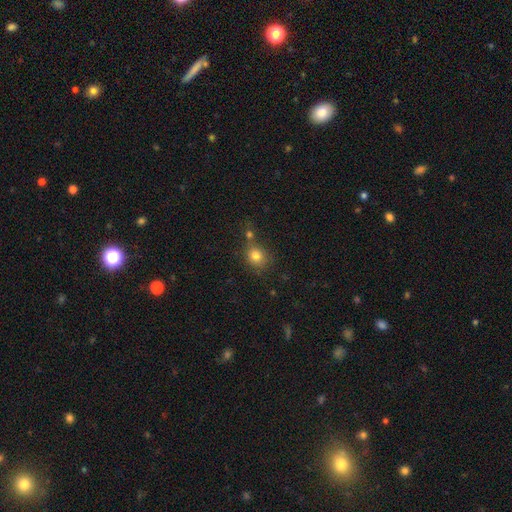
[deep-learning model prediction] The model was most divided on "merging": none: 60%, merger: 21%, minor disturbance: 13%, major disturbance: 5%. More confident: smooth or featured — smooth (80%); how rounded — round (76%).